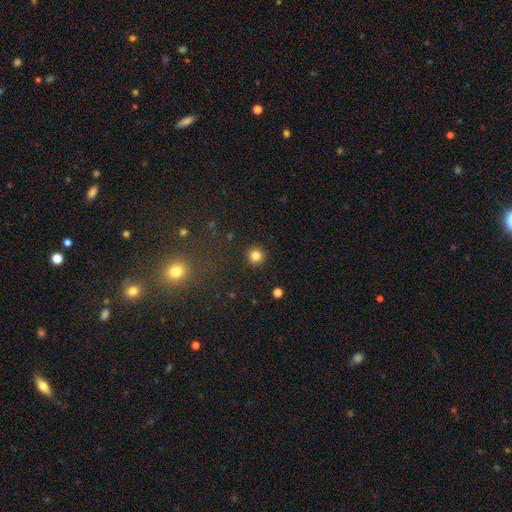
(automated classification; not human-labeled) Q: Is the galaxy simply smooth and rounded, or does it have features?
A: smooth — 83%.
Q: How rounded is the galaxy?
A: round — 95%.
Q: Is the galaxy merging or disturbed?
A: none — 92%.